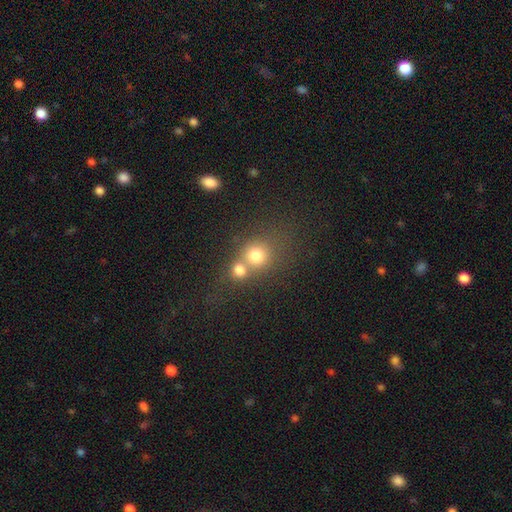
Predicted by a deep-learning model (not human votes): A smooth galaxy with no disk features (74%) that is round (82%).

Vote fractions:
- Smooth or featured? smooth: 74% / star or artifact: 14% / featured or disk: 12%
- How rounded? round: 82% / in between: 17% / cigar-shaped: 1%
- Merging? merger: 59% / none: 32% / minor disturbance: 6% / major disturbance: 4%